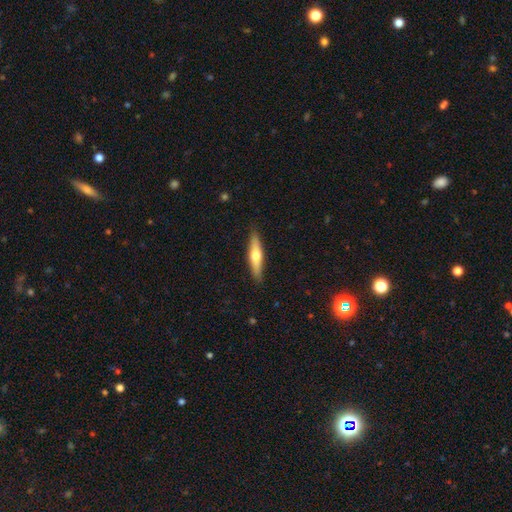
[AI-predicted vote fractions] Smooth or featured? Predicted: smooth (p=0.49). Merging? Predicted: none (p=0.89).